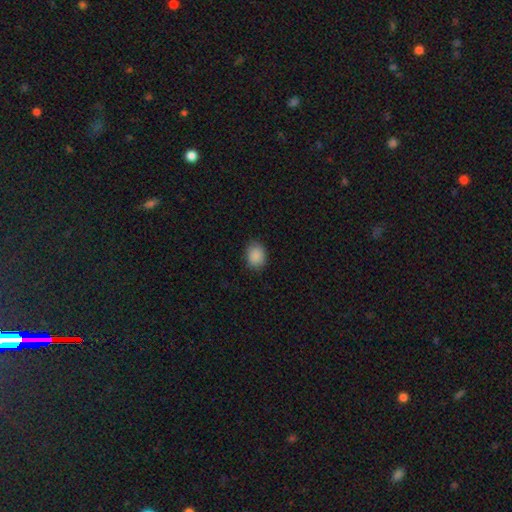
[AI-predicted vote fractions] A smooth galaxy with no disk features (89%) that is in between round and cigar-shaped (54%). Merging: none (83%).